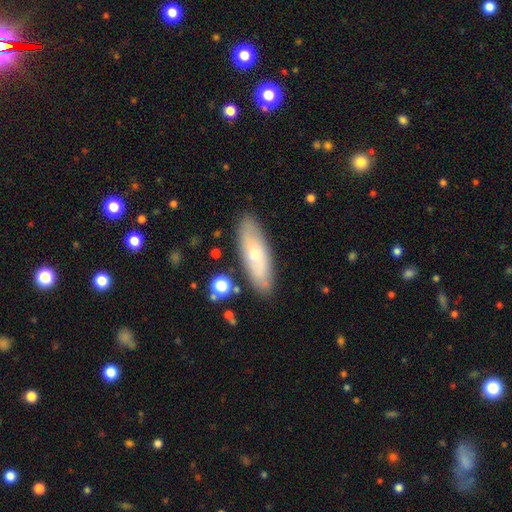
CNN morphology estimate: Smooth or featured? Predicted: smooth (p=0.58). How rounded? Predicted: in between (p=0.53). Merging? Predicted: none (p=0.83).